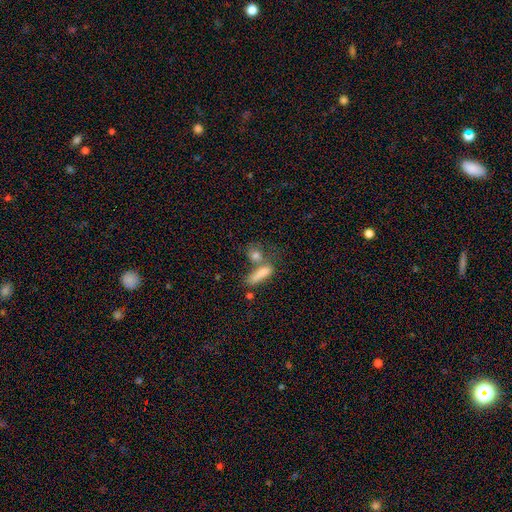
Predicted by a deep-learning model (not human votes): Morphology: type=smooth (78%); roundness=in between (39%); merging=none (46%).